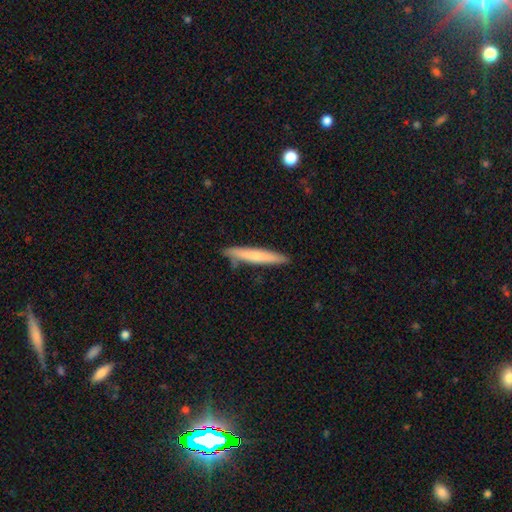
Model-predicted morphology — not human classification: Q: Smooth or featured?
A: smooth (64%); runner-up: featured or disk (30%)
Q: How rounded?
A: cigar-shaped (94%); runner-up: in between (5%)
Q: Merging?
A: none (83%); runner-up: minor disturbance (12%)